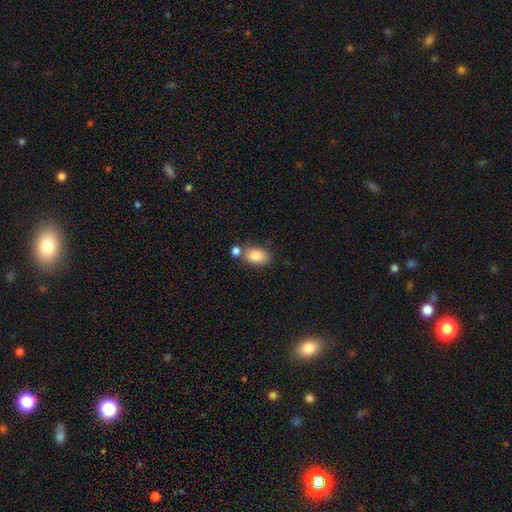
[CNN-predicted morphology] Smooth or featured: smooth — 83% (featured or disk — 9%)
How rounded: in between — 87% (round — 11%)
Merging: none — 63% (merger — 20%)